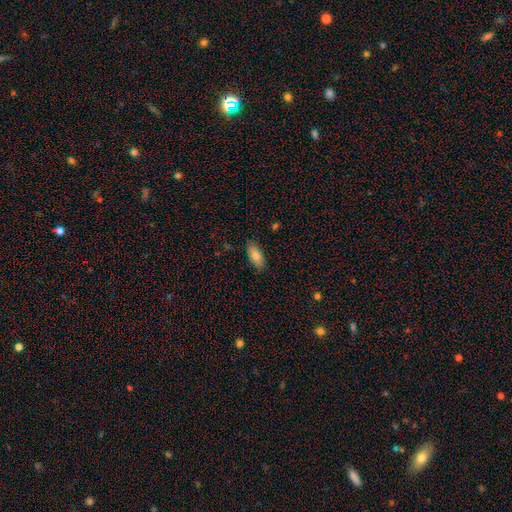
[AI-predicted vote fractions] smooth_or_featured: smooth (p=0.82) [alt: featured or disk p=0.11]
how_rounded: in between (p=0.89) [alt: cigar-shaped p=0.09]
merging: none (p=0.85) [alt: minor disturbance p=0.12]